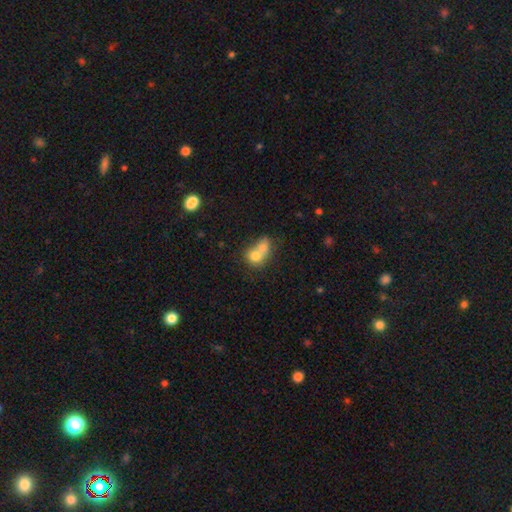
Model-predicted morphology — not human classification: smooth-or-featured: smooth: 72% | featured or disk: 18% | star or artifact: 10%
  how-rounded: round: 66% | in between: 33% | cigar-shaped: 1%
  merging: merger: 71% | none: 20% | minor disturbance: 6% | major disturbance: 3%